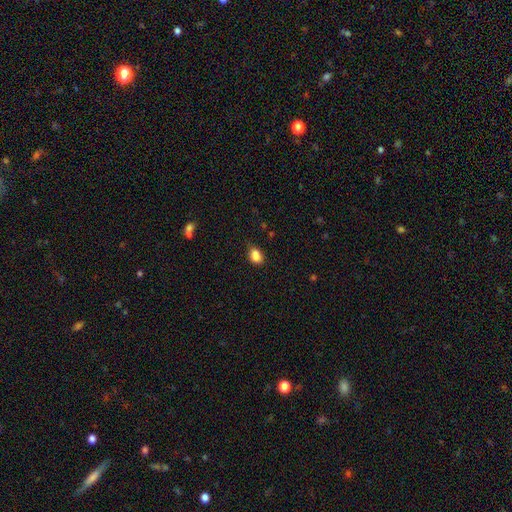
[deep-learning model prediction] smooth 84%, star or artifact 10%, featured or disk 6%. Down the decision tree: how rounded — in between (77%); merging — none (60%).